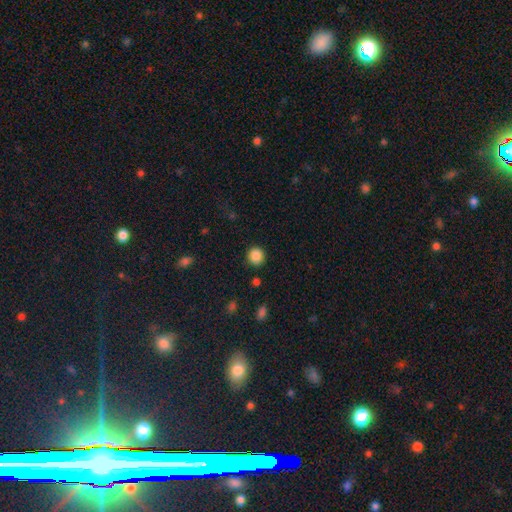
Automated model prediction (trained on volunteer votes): This appears to be a smooth galaxy with no disk features (87%) that is round (91%). Merging: none (89%).